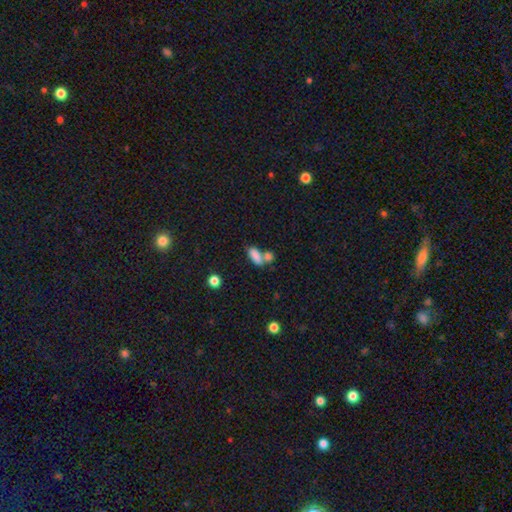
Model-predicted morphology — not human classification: type=smooth (82%); roundness=in between (75%); merging=merger (48%).